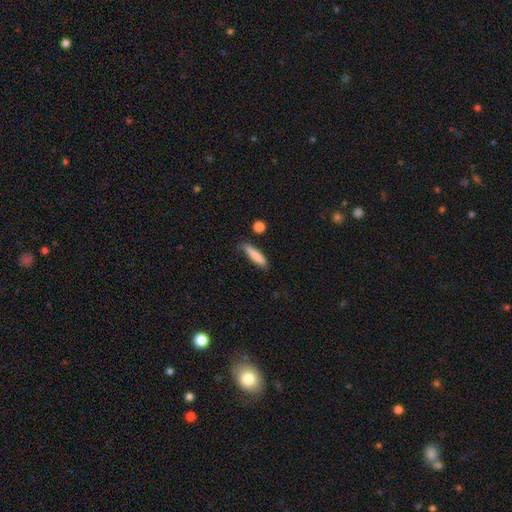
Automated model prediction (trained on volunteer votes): Smooth or featured? Predicted: smooth (p=0.82). How rounded? Predicted: cigar-shaped (p=0.76). Merging? Predicted: none (p=0.68).